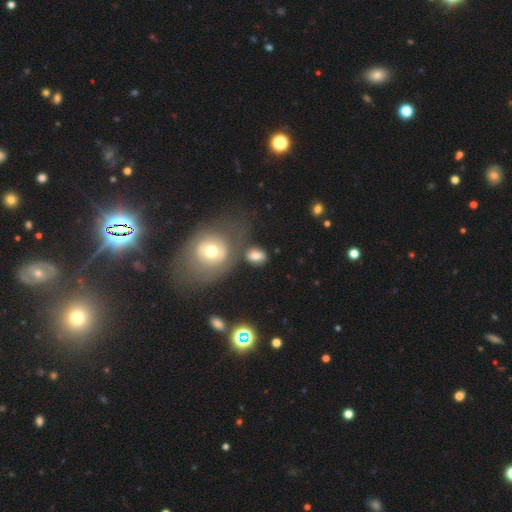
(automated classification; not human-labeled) Smooth or featured: smooth — 73% (featured or disk — 17%)
How rounded: in between — 62% (round — 36%)
Merging: none — 62% (minor disturbance — 16%)